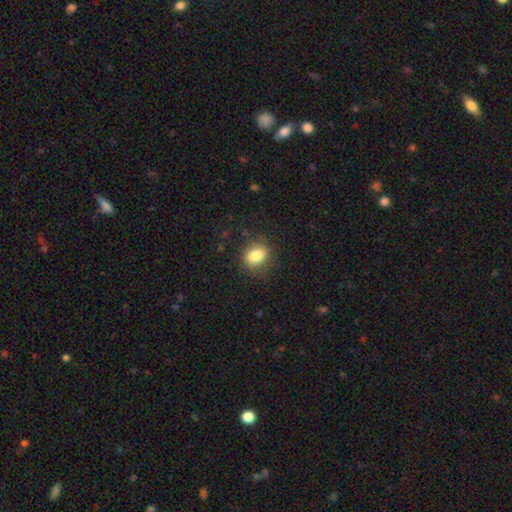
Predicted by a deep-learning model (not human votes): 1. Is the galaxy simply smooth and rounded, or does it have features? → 84% smooth, 9% star or artifact, 7% featured or disk.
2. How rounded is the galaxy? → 63% in between, 35% round, 1% cigar-shaped.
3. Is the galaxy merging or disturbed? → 81% none, 14% minor disturbance, 5% major disturbance, 1% merger.